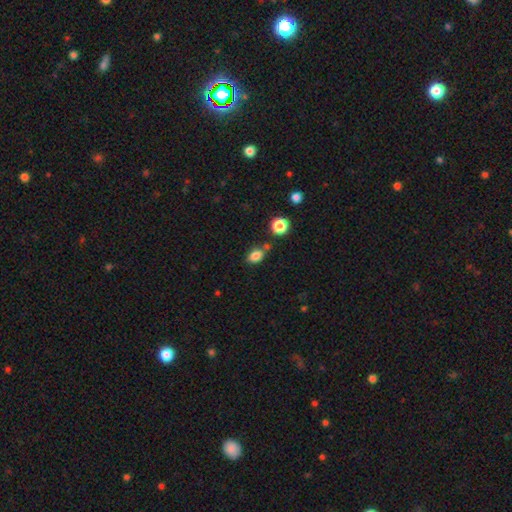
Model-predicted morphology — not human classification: Smooth or featured: smooth — 83% (star or artifact — 11%)
How rounded: in between — 77% (round — 21%)
Merging: none — 67% (minor disturbance — 16%)